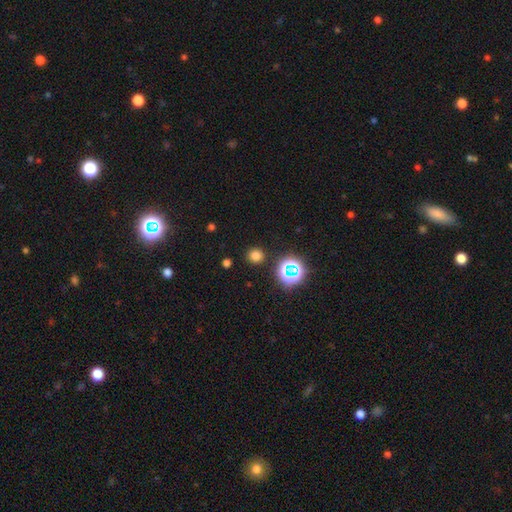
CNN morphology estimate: The model was most divided on "smooth or featured": smooth: 72%, star or artifact: 23%, featured or disk: 5%. More confident: how rounded — round (92%); merging — none (89%).